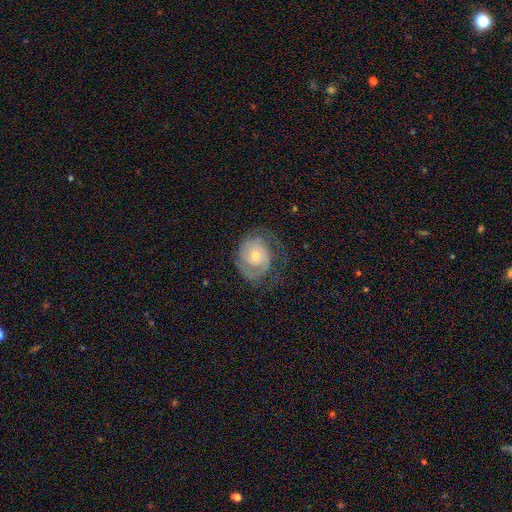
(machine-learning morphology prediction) Smooth or featured? featured or disk (78%)
Edge-on disk? no (98%)
Bar? no (70%)
Spiral arms? yes (93%)
Spiral winding? tight (54%)
Spiral arm count? 2 (55%)
Bulge size? small (59%)
Merging? none (61%)